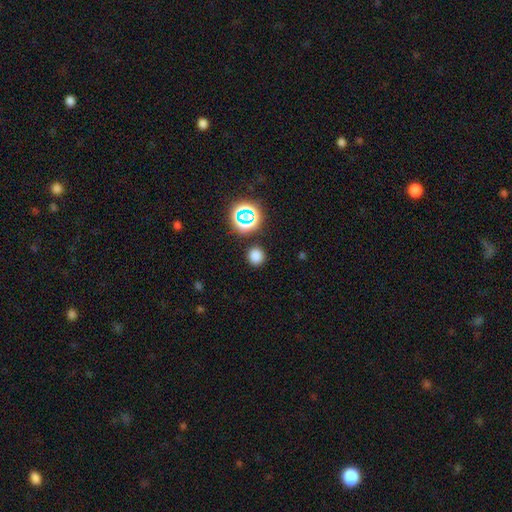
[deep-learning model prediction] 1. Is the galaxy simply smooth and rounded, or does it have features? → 75% smooth, 20% star or artifact, 5% featured or disk.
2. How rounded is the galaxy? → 90% round, 9% in between, 1% cigar-shaped.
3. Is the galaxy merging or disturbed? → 89% none, 6% minor disturbance, 3% major disturbance, 2% merger.